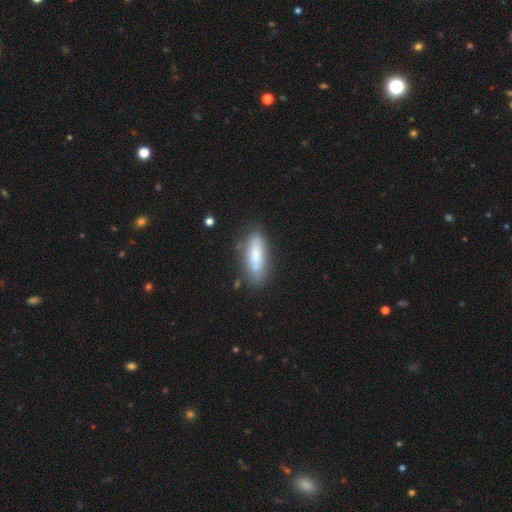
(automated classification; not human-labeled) Smooth or featured: smooth — 72% (featured or disk — 22%)
How rounded: in between — 52% (cigar-shaped — 46%)
Merging: none — 77% (minor disturbance — 16%)